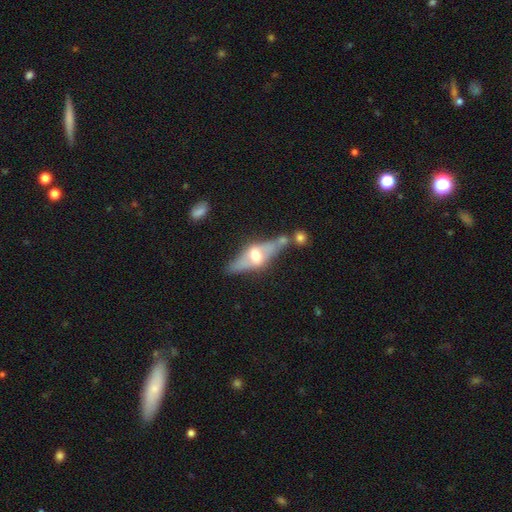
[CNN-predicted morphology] This is likely a featured or disk galaxy (67%). It is likely viewed edge-on (79%). Edge-on bulge: clearly rounded (93%). Merging: likely none (61%).